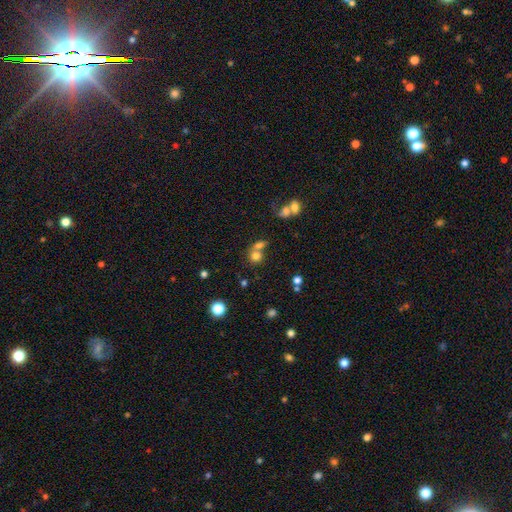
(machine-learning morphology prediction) type=smooth (74%); roundness=round (81%); merging=merger (47%).